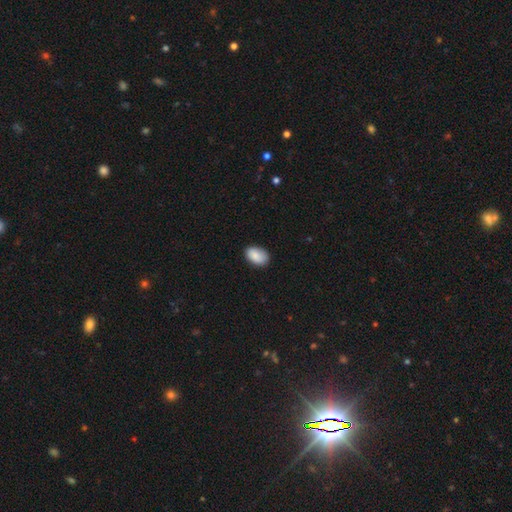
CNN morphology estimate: Q: Smooth or featured?
A: smooth (88%); runner-up: star or artifact (7%)
Q: How rounded?
A: in between (89%); runner-up: round (10%)
Q: Merging?
A: none (83%); runner-up: minor disturbance (14%)